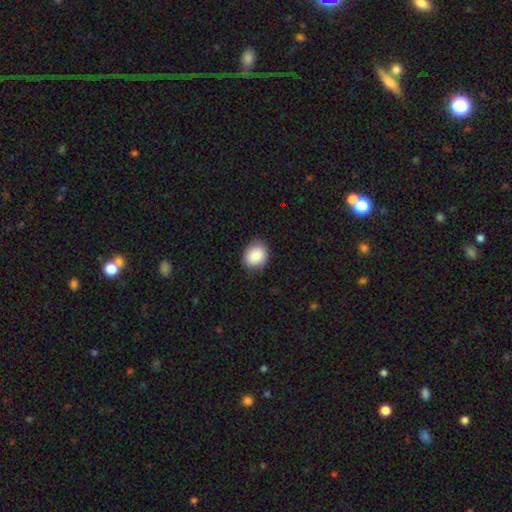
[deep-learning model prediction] Smooth or featured? smooth (87%)
How rounded? round (64%)
Merging? none (83%)